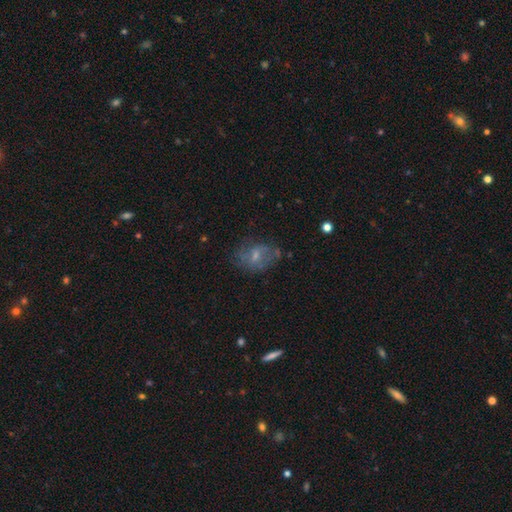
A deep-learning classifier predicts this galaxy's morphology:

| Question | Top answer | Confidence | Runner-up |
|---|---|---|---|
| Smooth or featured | smooth | 45% | featured or disk (44%) |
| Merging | none | 52% | minor disturbance (26%) |